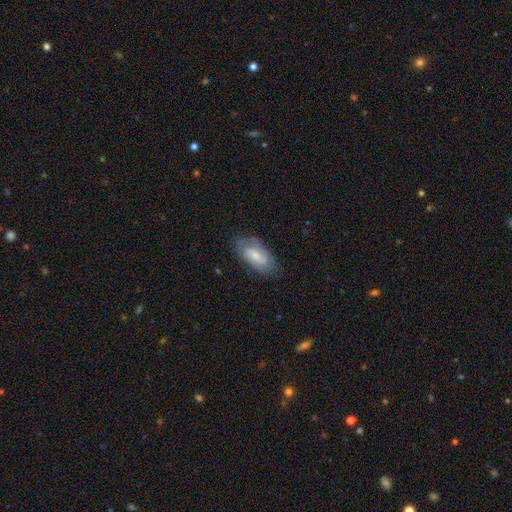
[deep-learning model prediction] This is possibly a featured or disk galaxy (49%). Merging: likely none (75%).